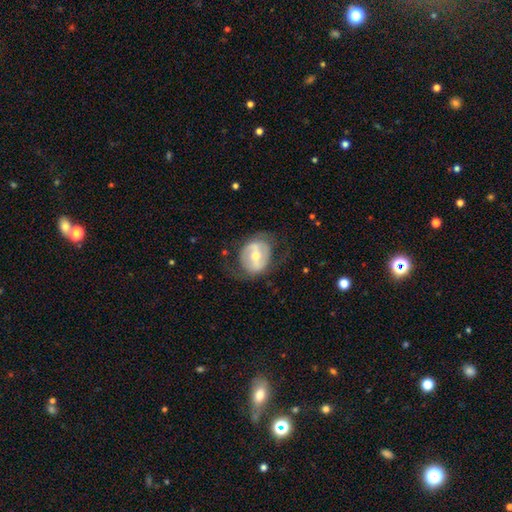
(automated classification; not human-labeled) smooth_or_featured: featured or disk (p=0.67) [alt: smooth p=0.26]
disk_edge_on: no (p=0.95) [alt: yes p=0.05]
bar: strong (p=0.41) [alt: weak p=0.37]
has_spiral_arms: yes (p=0.50) [tied with: no p=0.50]
bulge_size: moderate (p=0.58) [alt: small p=0.38]
merging: none (p=0.63) [alt: minor disturbance p=0.19]